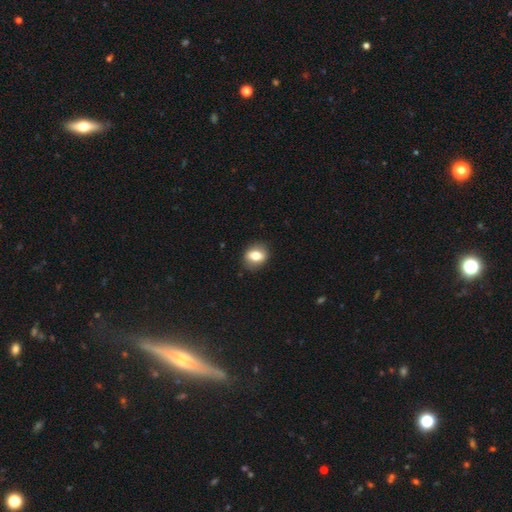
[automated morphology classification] The model was most divided on "how rounded": in between: 54%, round: 44%, cigar-shaped: 2%. More confident: merging — none (86%); smooth or featured — smooth (71%).